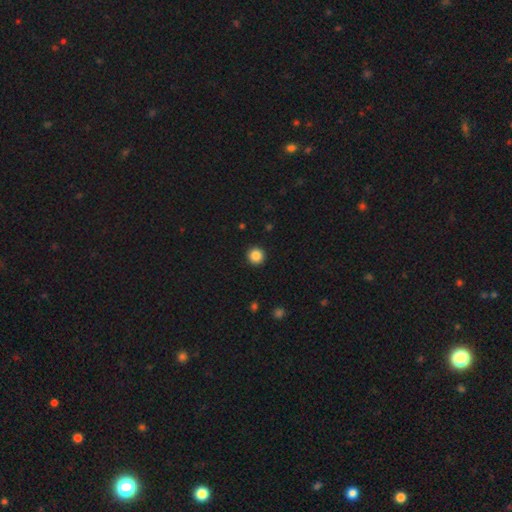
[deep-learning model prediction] Smooth or featured? Predicted: smooth (p=0.86). How rounded? Predicted: round (p=0.96). Merging? Predicted: none (p=0.93).